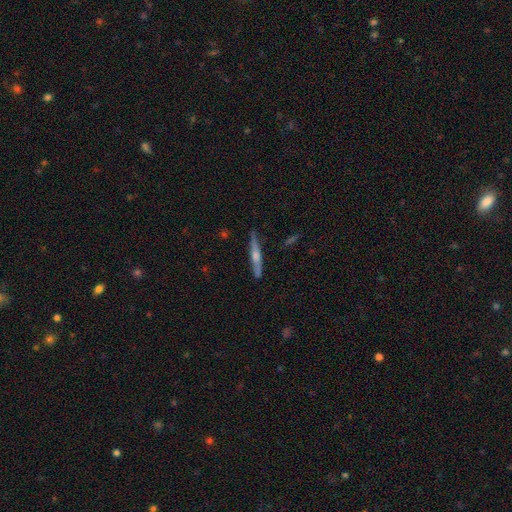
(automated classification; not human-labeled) smooth-or-featured: featured or disk: 66% | smooth: 28% | star or artifact: 6%
  disk-edge-on: yes: 96% | no: 4%
    edge-on-bulge: rounded: 79% | none: 12% | boxy: 9%
  merging: none: 85% | minor disturbance: 11% | major disturbance: 2% | merger: 2%